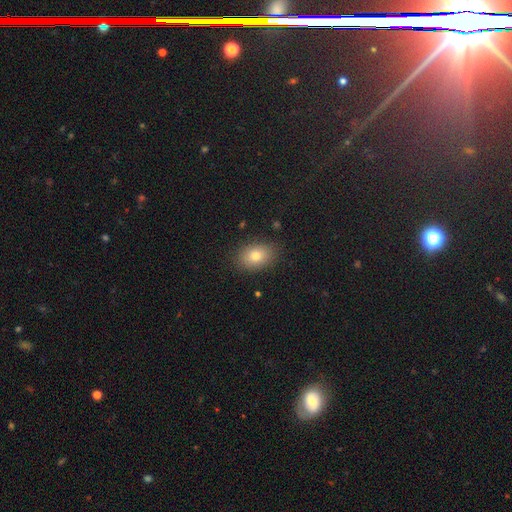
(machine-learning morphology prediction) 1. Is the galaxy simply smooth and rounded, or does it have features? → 78% smooth, 12% featured or disk, 11% star or artifact.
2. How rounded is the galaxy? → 76% in between, 22% round, 1% cigar-shaped.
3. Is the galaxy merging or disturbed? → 86% none, 10% minor disturbance, 3% major disturbance, 1% merger.